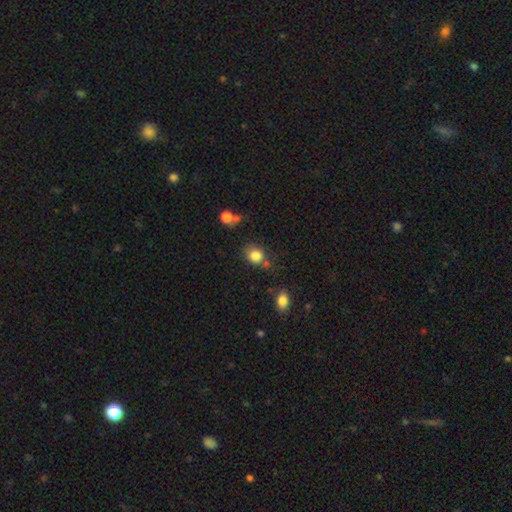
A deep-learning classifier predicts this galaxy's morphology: Smooth or featured? Predicted: smooth (p=0.83). How rounded? Predicted: round (p=0.67). Merging? Predicted: none (p=0.64).